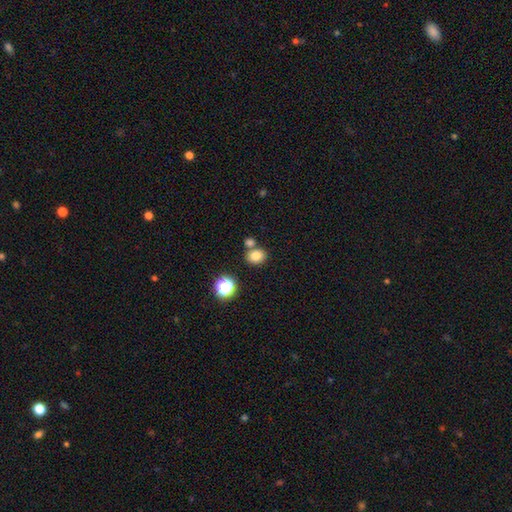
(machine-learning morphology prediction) Q: Smooth or featured?
A: smooth (80%); runner-up: star or artifact (13%)
Q: How rounded?
A: in between (50%); runner-up: round (49%)
Q: Merging?
A: none (65%); runner-up: merger (22%)